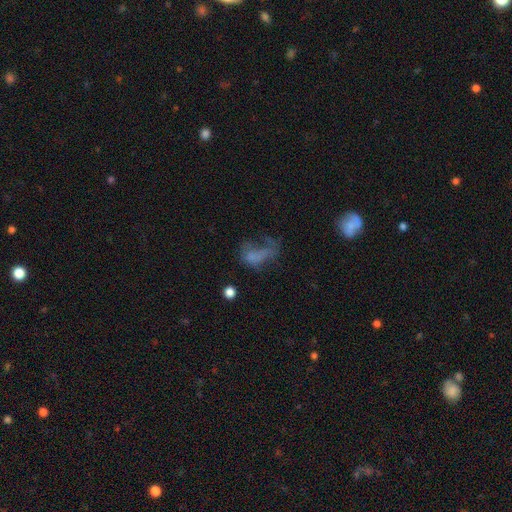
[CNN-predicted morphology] Smooth or featured? smooth (48%)
Merging? major disturbance (50%)